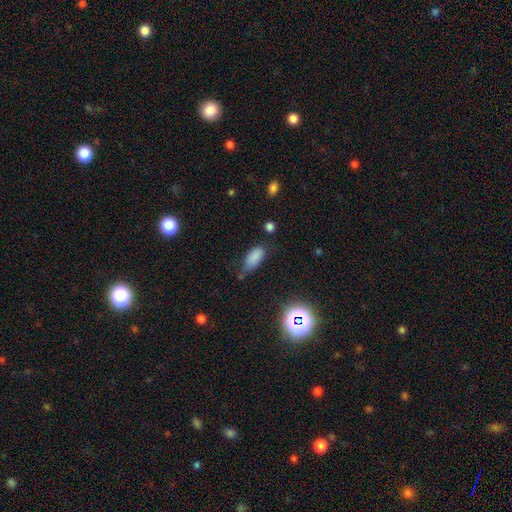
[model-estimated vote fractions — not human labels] smooth-or-featured: smooth: 81% | star or artifact: 12% | featured or disk: 7%
  how-rounded: in between: 87% | cigar-shaped: 10% | round: 3%
  merging: none: 44% | minor disturbance: 39% | major disturbance: 12% | merger: 5%